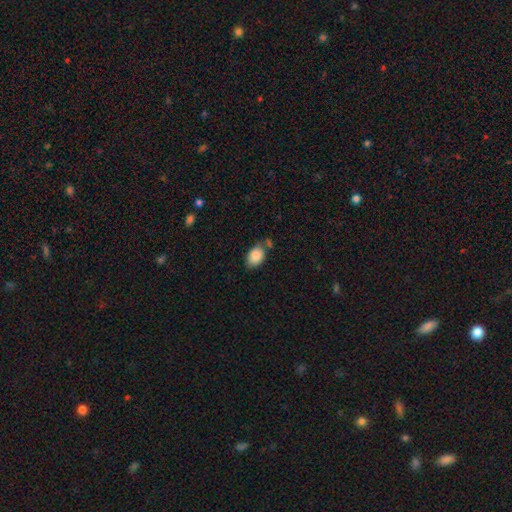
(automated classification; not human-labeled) The model was most divided on "merging": none: 61%, minor disturbance: 21%, merger: 13%, major disturbance: 5%. More confident: smooth or featured — smooth (88%); how rounded — in between (85%).